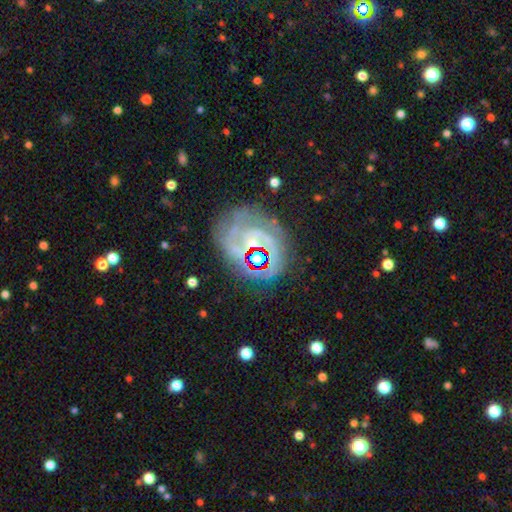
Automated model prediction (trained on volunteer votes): Smooth or featured?
  - featured or disk: 65% *
  - star or artifact: 19%
  - smooth: 16%
Edge-on disk?
  - no: 97% *
  - yes: 3%
Bar?
  - no: 62% *
  - weak: 26%
  - strong: 12%
Spiral arms?
  - yes: 81% *
  - no: 19%
Spiral winding?
  - tight: 56% *
  - medium: 33%
  - loose: 11%
Spiral arm count?
  - 2: 38% *
  - can't tell: 27%
  - 3: 14%
  - 1: 11%
  - 4: 6%
  - more than 4: 6%
Bulge size?
  - moderate: 40% *
  - small: 30%
  - large: 15%
  - none: 12%
  - dominant: 4%
Merging?
  - none: 60% *
  - minor disturbance: 19%
  - major disturbance: 16%
  - merger: 5%